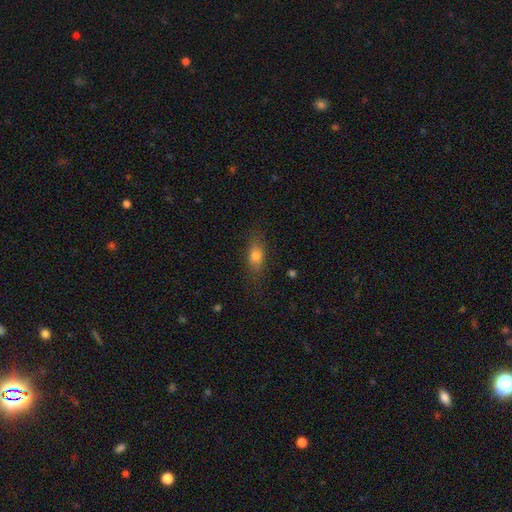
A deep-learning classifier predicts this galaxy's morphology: smooth 74%, featured or disk 16%, star or artifact 10%. Down the decision tree: how rounded — in between (71%); merging — none (76%).